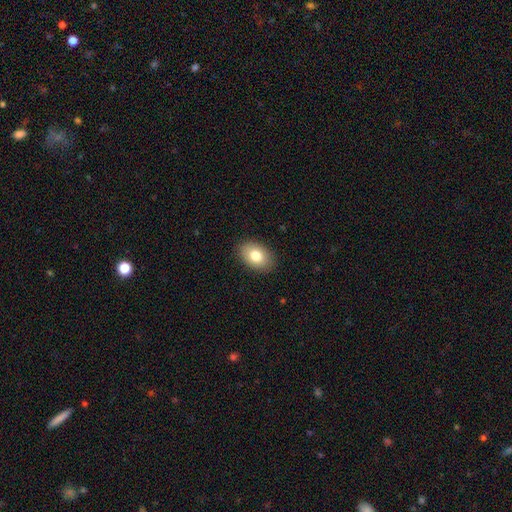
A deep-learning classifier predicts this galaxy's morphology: smooth 80%, featured or disk 12%, star or artifact 8%. Down the decision tree: how rounded — in between (85%); merging — none (88%).